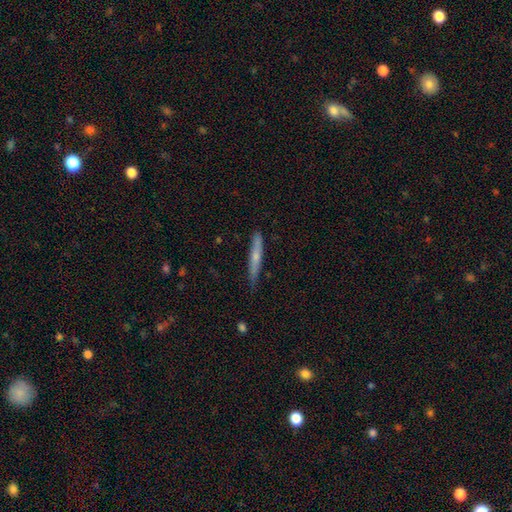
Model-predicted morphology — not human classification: This is possibly a smooth galaxy (50%). How rounded: clearly cigar-shaped (95%). Merging: clearly none (80%).